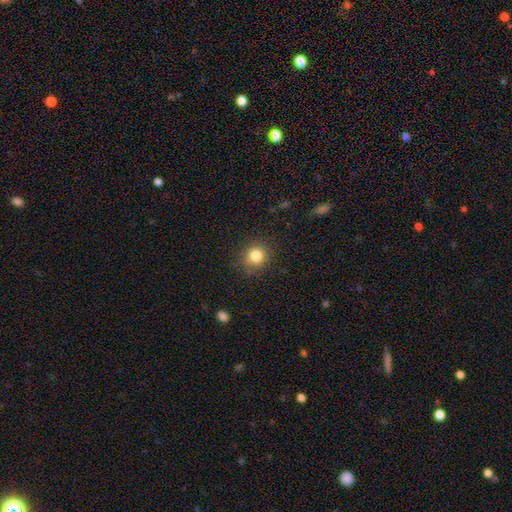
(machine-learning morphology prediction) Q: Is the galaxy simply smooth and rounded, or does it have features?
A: smooth — 82%.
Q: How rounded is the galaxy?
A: round — 84%.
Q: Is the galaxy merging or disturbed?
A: none — 85%.